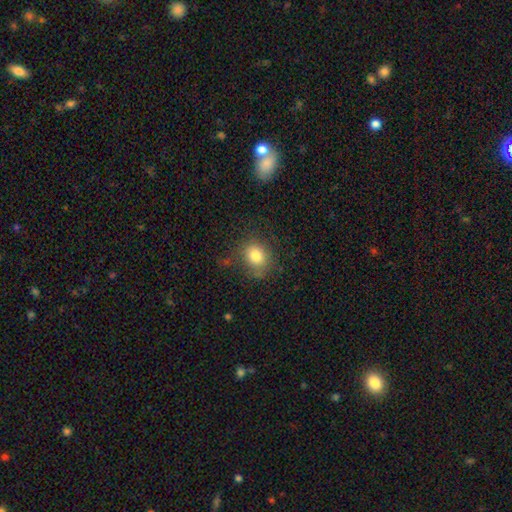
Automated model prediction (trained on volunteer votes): Smooth or featured? Predicted: smooth (p=0.80). How rounded? Predicted: round (p=0.69). Merging? Predicted: none (p=0.73).